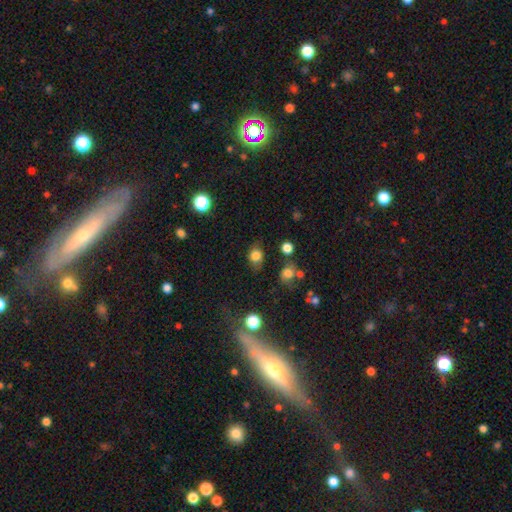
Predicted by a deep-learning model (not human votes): smooth-or-featured: smooth: 80% | star or artifact: 12% | featured or disk: 8%
  how-rounded: round: 57% | in between: 42% | cigar-shaped: 1%
  merging: none: 69% | minor disturbance: 20% | major disturbance: 7% | merger: 4%